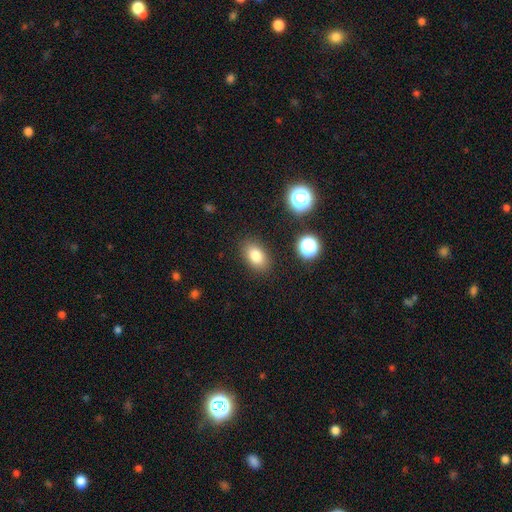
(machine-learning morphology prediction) This is clearly a smooth galaxy (81%). How rounded: clearly in between (86%). Merging: clearly none (86%).